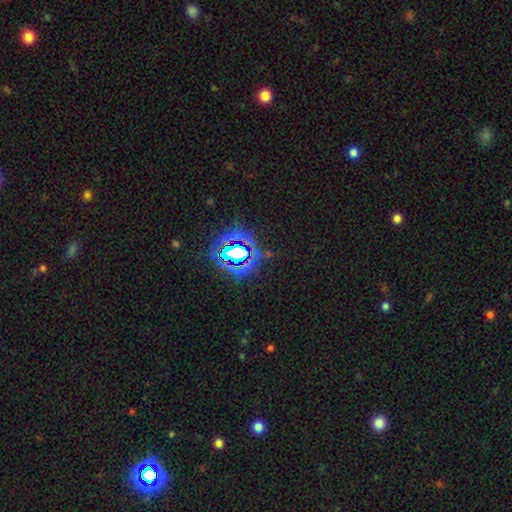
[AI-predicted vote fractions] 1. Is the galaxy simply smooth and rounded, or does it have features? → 79% star or artifact, 13% smooth, 8% featured or disk.